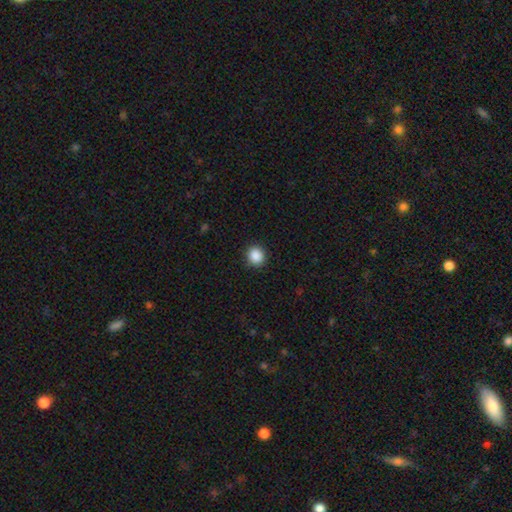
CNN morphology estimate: This appears to be a smooth galaxy with no disk features (88%) that is round (88%). Merging: none (91%).